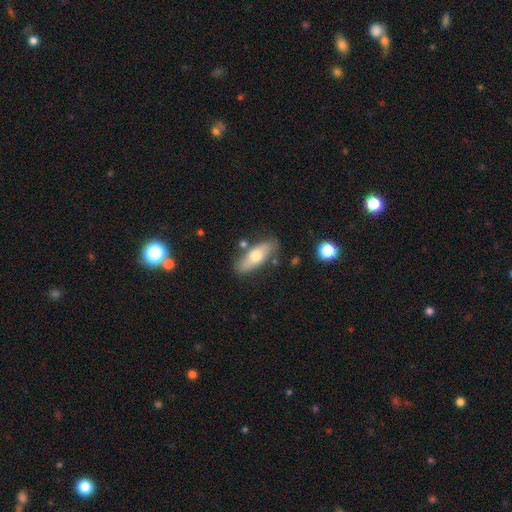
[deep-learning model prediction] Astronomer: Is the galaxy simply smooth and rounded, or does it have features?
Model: smooth — 62%.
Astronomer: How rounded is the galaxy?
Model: in between — 71%.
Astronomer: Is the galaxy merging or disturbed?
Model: none — 77%.